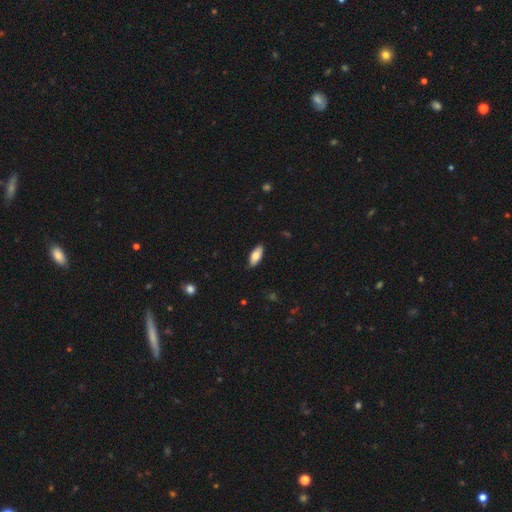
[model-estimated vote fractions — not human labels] A smooth galaxy with no disk features (81%) that is in between round and cigar-shaped (86%). Merging: none (88%).